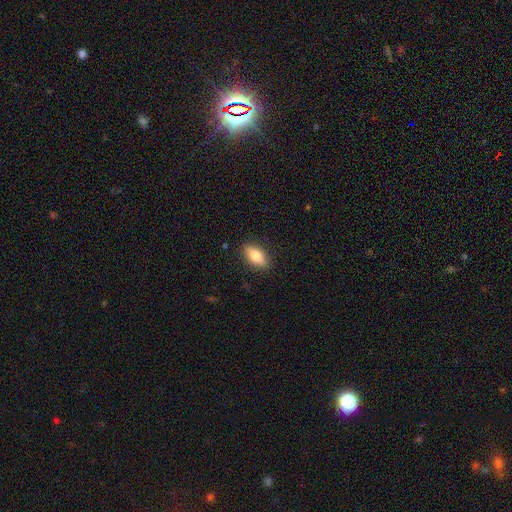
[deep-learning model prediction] smooth-or-featured: smooth: 79% | featured or disk: 15% | star or artifact: 7%
  how-rounded: in between: 83% | cigar-shaped: 13% | round: 4%
  merging: none: 87% | minor disturbance: 10% | major disturbance: 2% | merger: 1%